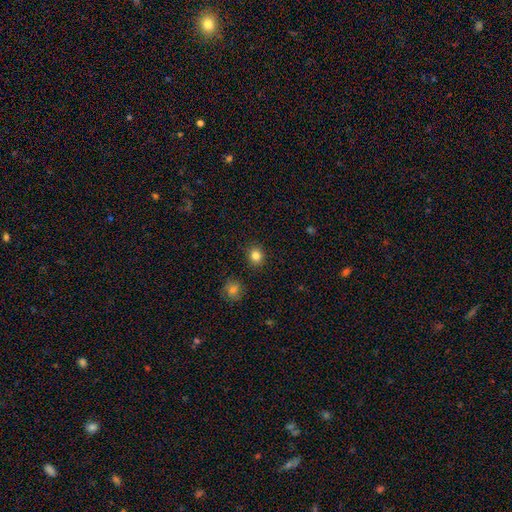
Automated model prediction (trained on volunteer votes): A smooth galaxy with no disk features (83%) that is round (82%). Merging: none (89%).